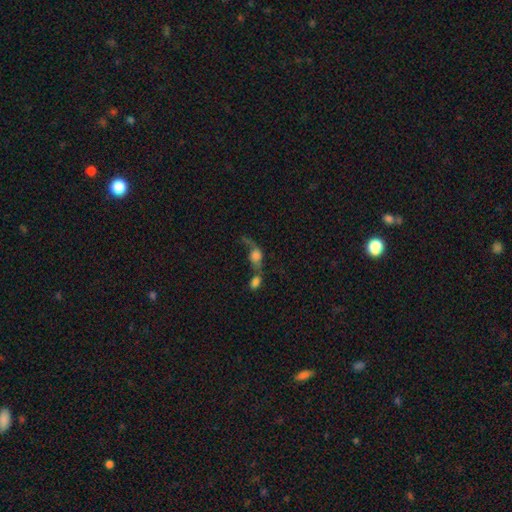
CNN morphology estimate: This is possibly a smooth galaxy (53%). How rounded: likely in between (62%). Merging: likely merger (61%).